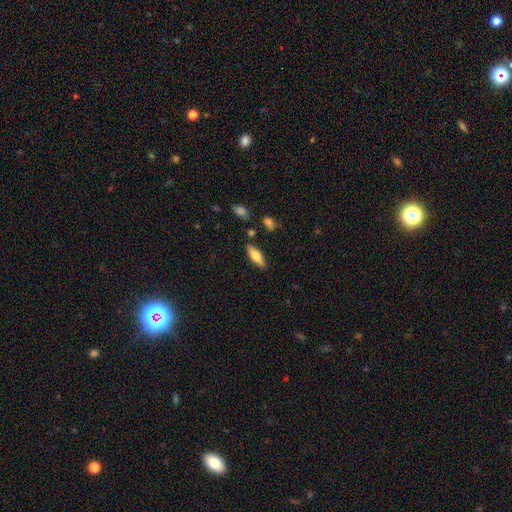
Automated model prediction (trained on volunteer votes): A smooth galaxy with no disk features (61%) that is in between round and cigar-shaped (56%). Merging: none (85%).